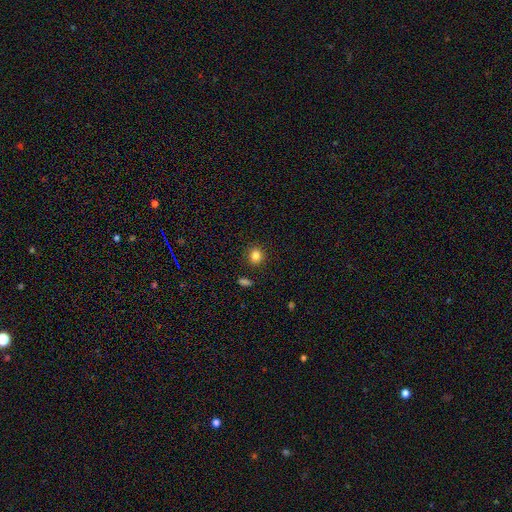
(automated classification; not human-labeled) A smooth galaxy with no disk features (84%) that is round (82%).

Vote fractions:
- Smooth or featured? smooth: 84% / star or artifact: 11% / featured or disk: 5%
- How rounded? round: 82% / in between: 17% / cigar-shaped: 1%
- Merging? none: 89% / minor disturbance: 7% / merger: 2% / major disturbance: 2%